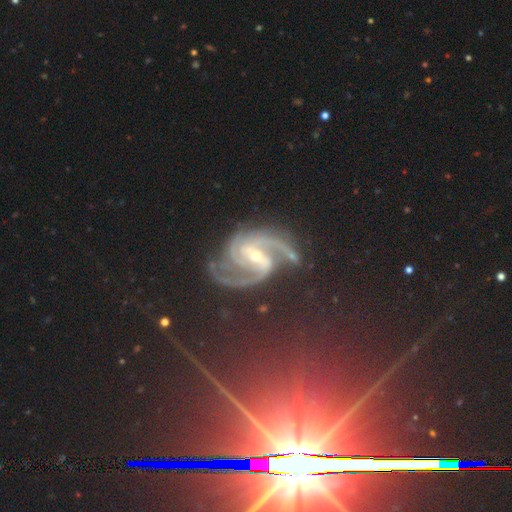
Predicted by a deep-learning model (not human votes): A featured or disk galaxy (88%) with a strong bar (41%), 2 (36%) medium (54%) spiral arms (99%) and a small central bulge (61%).

Vote fractions:
- Smooth or featured? featured or disk: 88% / star or artifact: 9% / smooth: 3%
- Edge-on disk? no: 98% / yes: 2%
- Bar? strong: 41% / weak: 37% / no: 22%
- Spiral arms? yes: 99% / no: 1%
- Spiral winding? medium: 54% / tight: 30% / loose: 16%
- Spiral arm count? 2: 36% / 3: 34% / can't tell: 8% / 4: 8% / 1: 7% / more than 4: 7%
- Bulge size? small: 61% / moderate: 36% / large: 1% / none: 1% / dominant: 1%
- Merging? none: 62% / minor disturbance: 21% / major disturbance: 14% / merger: 4%